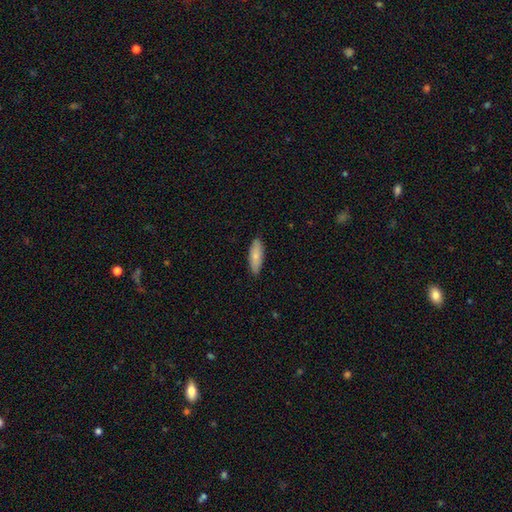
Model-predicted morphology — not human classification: A smooth galaxy with no disk features (79%) that is in between round and cigar-shaped (63%).

Vote fractions:
- Smooth or featured? smooth: 79% / featured or disk: 16% / star or artifact: 6%
- How rounded? in between: 63% / cigar-shaped: 35% / round: 2%
- Merging? none: 87% / minor disturbance: 10% / major disturbance: 2% / merger: 1%